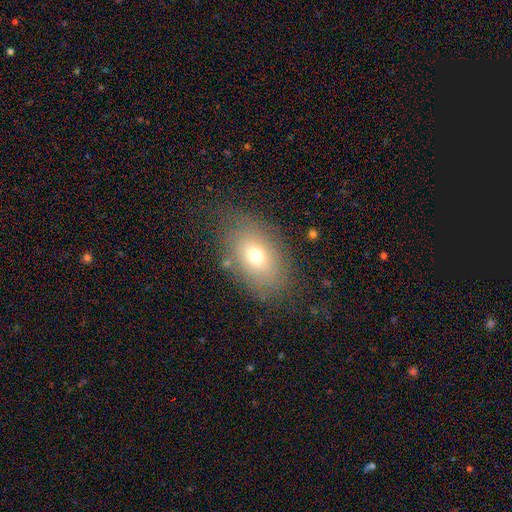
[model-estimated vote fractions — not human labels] A smooth galaxy with no disk features (66%) that is in between round and cigar-shaped (80%). Merging: none (74%).